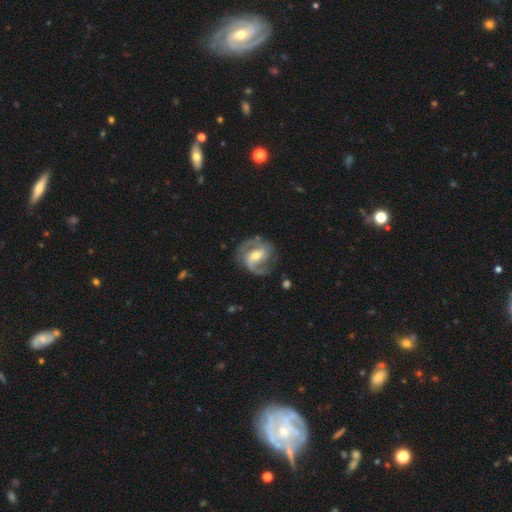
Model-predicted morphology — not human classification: Smooth or featured? featured or disk (87%)
Edge-on disk? no (97%)
Bar? weak (47%)
Spiral arms? yes (96%)
Spiral winding? medium (54%)
Spiral arm count? 2 (84%)
Bulge size? moderate (56%)
Merging? none (73%)